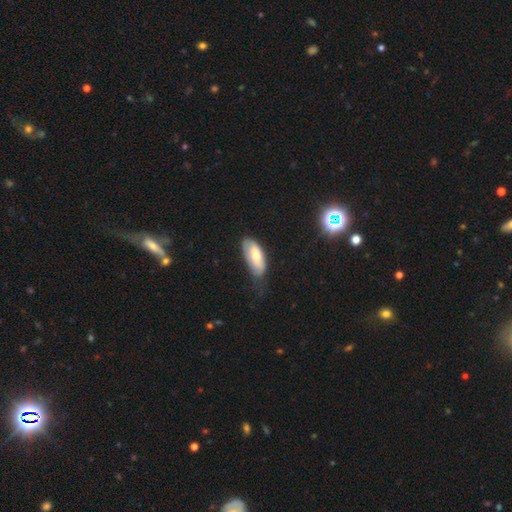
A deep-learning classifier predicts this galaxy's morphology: smooth 72%, featured or disk 22%, star or artifact 7%. Down the decision tree: how rounded — in between (85%); merging — none (47%).